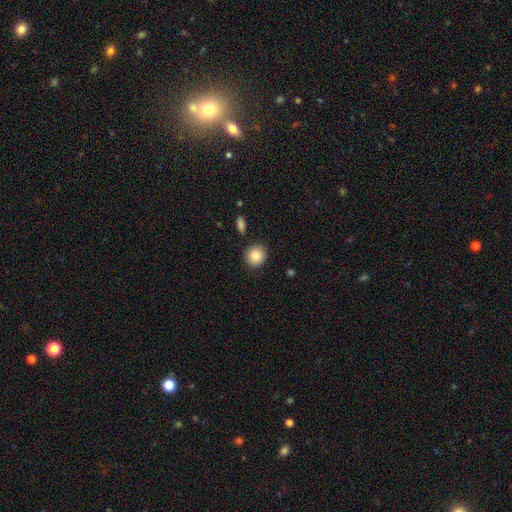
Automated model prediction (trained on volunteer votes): A smooth galaxy with no disk features (88%) that is round (87%). Merging: none (88%).